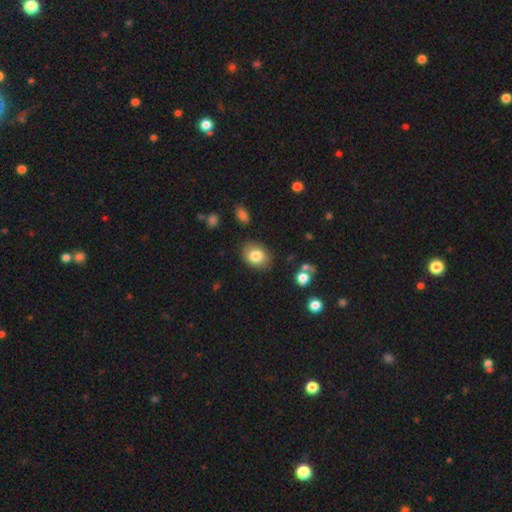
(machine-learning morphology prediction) Smooth or featured?
  - smooth: 81% *
  - featured or disk: 10%
  - star or artifact: 9%
How rounded?
  - in between: 61% *
  - round: 38%
  - cigar-shaped: 1%
Merging?
  - none: 83% *
  - minor disturbance: 12%
  - major disturbance: 3%
  - merger: 2%